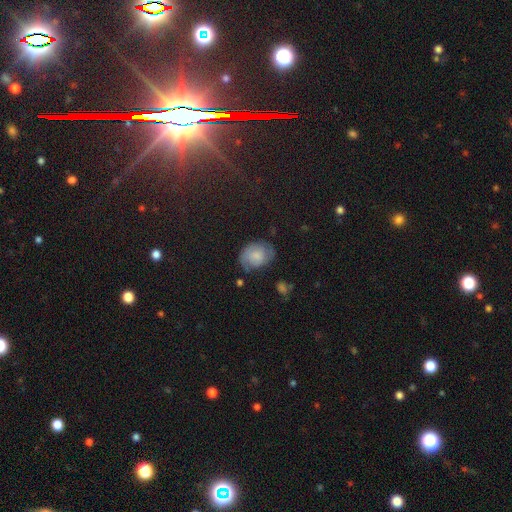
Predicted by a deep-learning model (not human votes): Smooth or featured? smooth (47%)
Merging? none (60%)